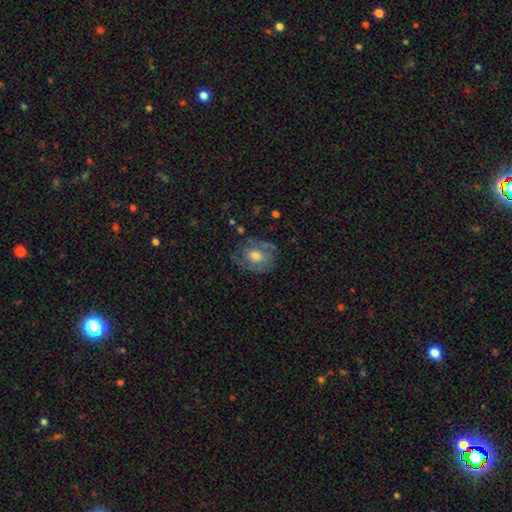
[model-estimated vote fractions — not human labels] Morphology: type=featured or disk (46%); merging=none (67%).